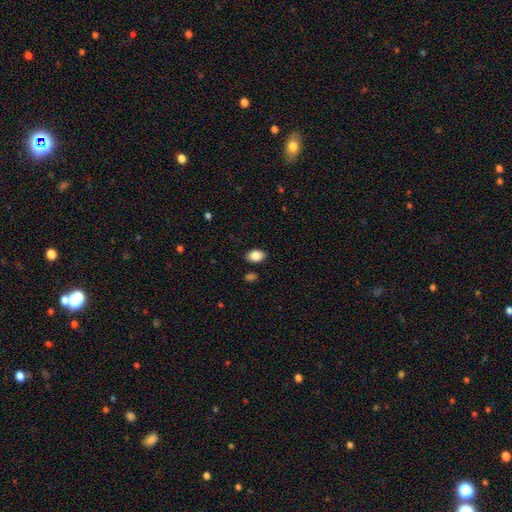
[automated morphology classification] The model was most divided on "how rounded": in between: 83%, round: 16%, cigar-shaped: 1%. More confident: merging — none (87%); smooth or featured — smooth (86%).